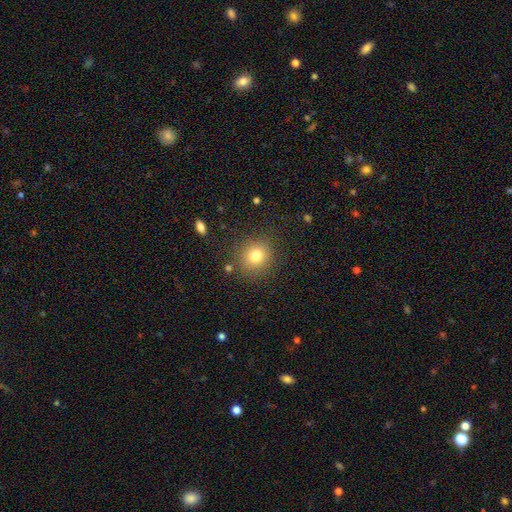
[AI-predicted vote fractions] Smooth or featured? Predicted: smooth (p=0.79). How rounded? Predicted: round (p=0.85). Merging? Predicted: none (p=0.85).